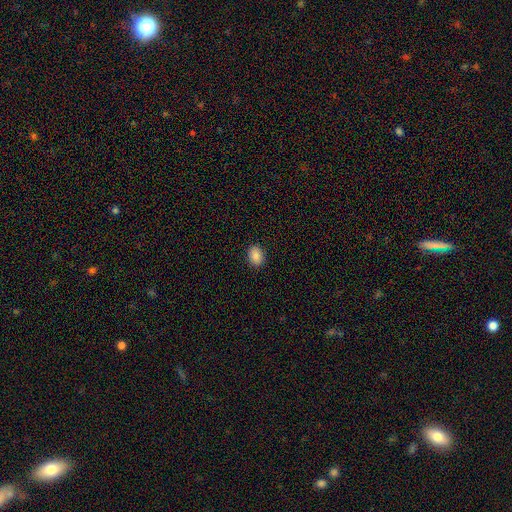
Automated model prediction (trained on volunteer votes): Smooth or featured: smooth — 88% (star or artifact — 8%)
How rounded: in between — 72% (round — 27%)
Merging: none — 90% (minor disturbance — 8%)